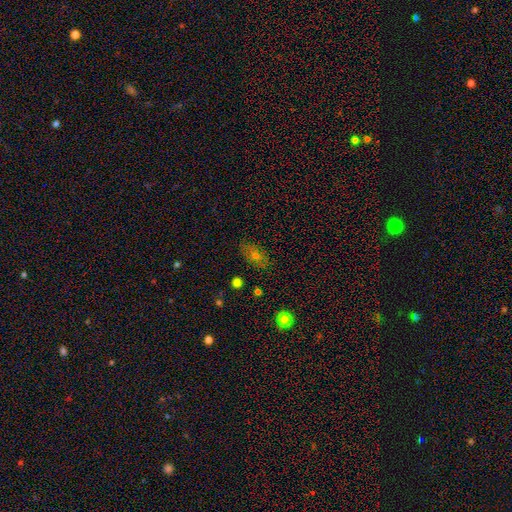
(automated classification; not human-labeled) Smooth or featured? smooth (60%)
How rounded? in between (81%)
Merging? none (81%)